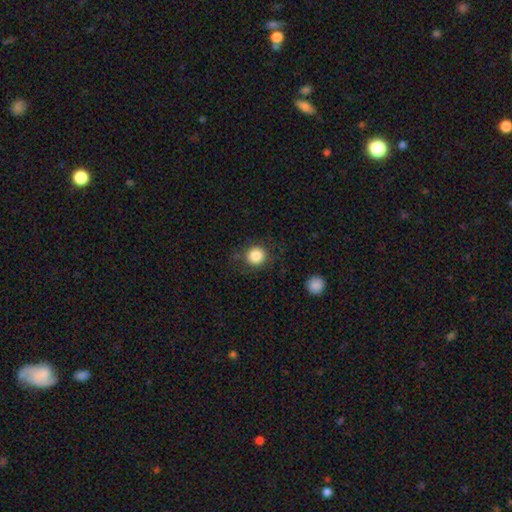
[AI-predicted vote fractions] Smooth or featured?
  - smooth: 85% *
  - star or artifact: 10%
  - featured or disk: 5%
How rounded?
  - round: 92% *
  - in between: 7%
  - cigar-shaped: 1%
Merging?
  - none: 83% *
  - minor disturbance: 10%
  - major disturbance: 5%
  - merger: 2%